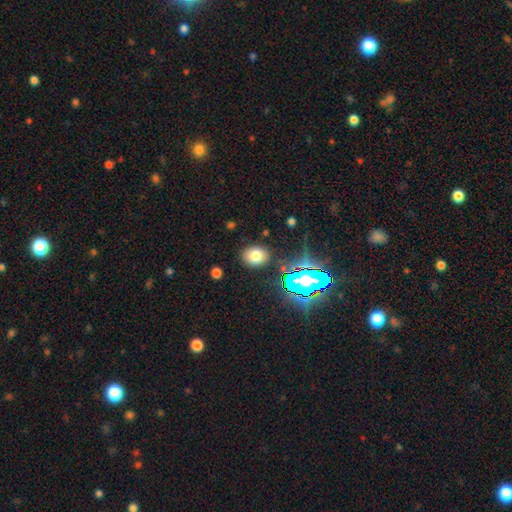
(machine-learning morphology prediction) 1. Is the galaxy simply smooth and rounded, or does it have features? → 73% smooth, 18% star or artifact, 10% featured or disk.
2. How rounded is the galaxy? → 54% in between, 45% round, 1% cigar-shaped.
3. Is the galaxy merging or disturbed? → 85% none, 10% minor disturbance, 3% major disturbance, 2% merger.